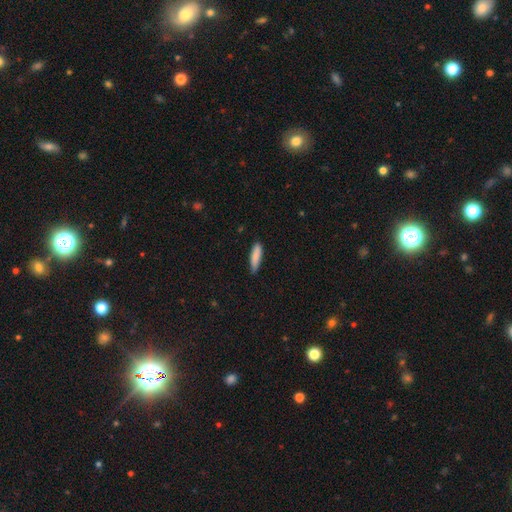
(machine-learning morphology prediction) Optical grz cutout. It shows a smooth galaxy with no disk features (87%) that is cigar-shaped (66%). Merging: none (79%).